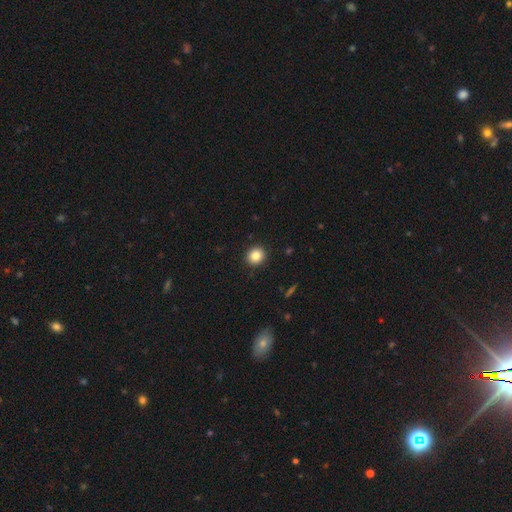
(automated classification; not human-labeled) A smooth galaxy with no disk features (84%) that is round (86%). Merging: none (92%).